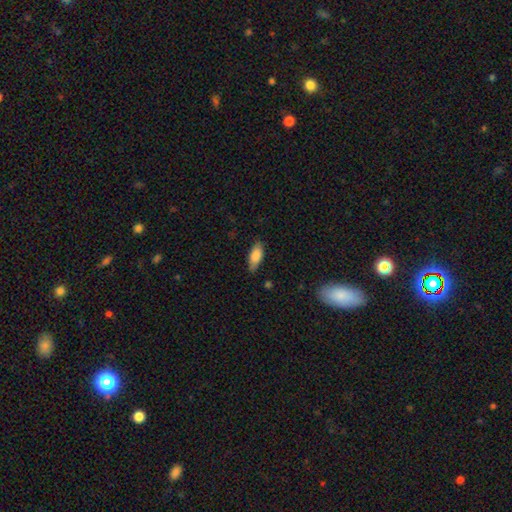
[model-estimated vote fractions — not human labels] Smooth or featured? smooth (83%)
How rounded? in between (80%)
Merging? none (80%)